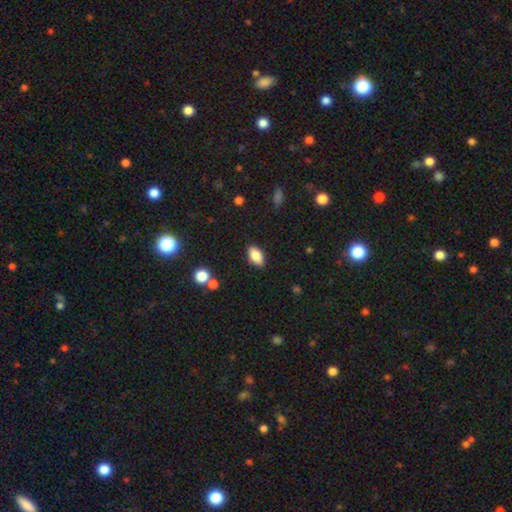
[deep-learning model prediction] A smooth galaxy with no disk features (83%) that is in between round and cigar-shaped (90%).

Vote fractions:
- Smooth or featured? smooth: 83% / featured or disk: 9% / star or artifact: 8%
- How rounded? in between: 90% / round: 5% / cigar-shaped: 5%
- Merging? none: 86% / minor disturbance: 10% / major disturbance: 2% / merger: 1%